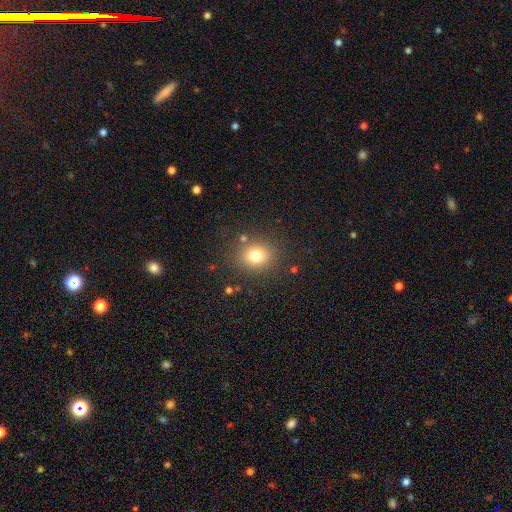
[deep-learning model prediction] Smooth or featured?
  - smooth: 77% *
  - star or artifact: 14%
  - featured or disk: 9%
How rounded?
  - round: 77% *
  - in between: 22%
  - cigar-shaped: 1%
Merging?
  - none: 83% *
  - minor disturbance: 10%
  - major disturbance: 4%
  - merger: 4%